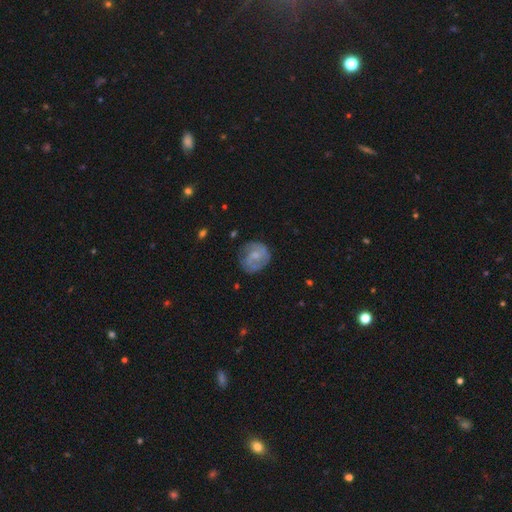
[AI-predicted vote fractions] Smooth or featured? featured or disk (55%)
Edge-on disk? no (98%)
Bar? no (61%)
Spiral arms? yes (75%)
Bulge size? small (45%)
Merging? none (66%)